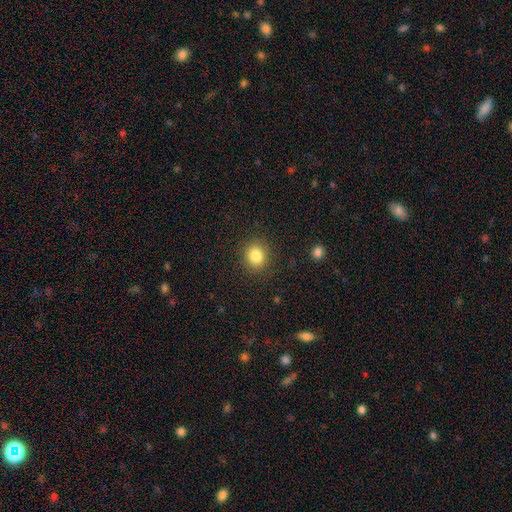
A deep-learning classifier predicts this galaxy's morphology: Smooth or featured?
  - smooth: 83% *
  - star or artifact: 11%
  - featured or disk: 6%
How rounded?
  - round: 79% *
  - in between: 20%
  - cigar-shaped: 1%
Merging?
  - none: 88% *
  - minor disturbance: 8%
  - major disturbance: 3%
  - merger: 1%